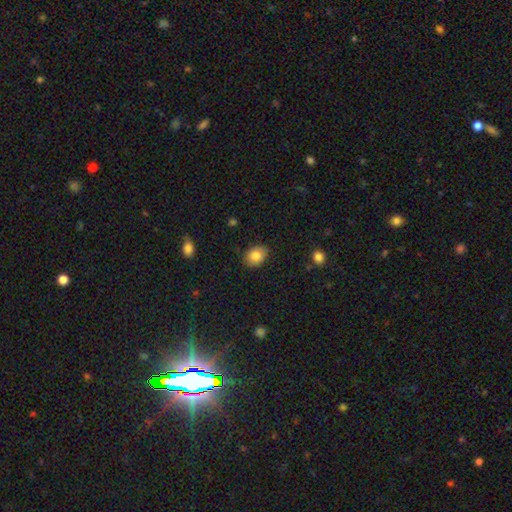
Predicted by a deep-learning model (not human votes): Smooth or featured? Predicted: smooth (p=0.84). How rounded? Predicted: in between (p=0.59). Merging? Predicted: none (p=0.81).